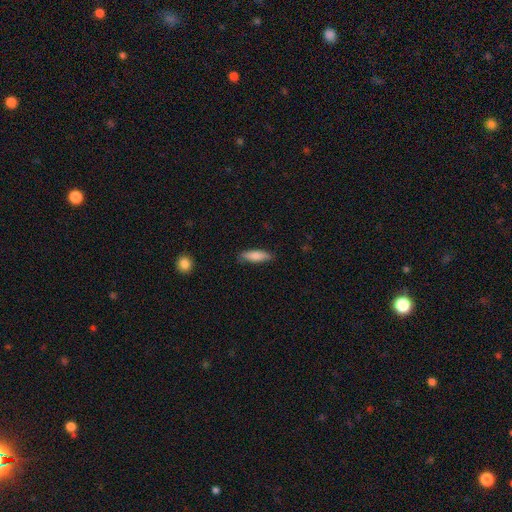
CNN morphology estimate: Overall: smooth (83%). How rounded: in between (49%, tied with cigar-shaped). Merging: none (83%).